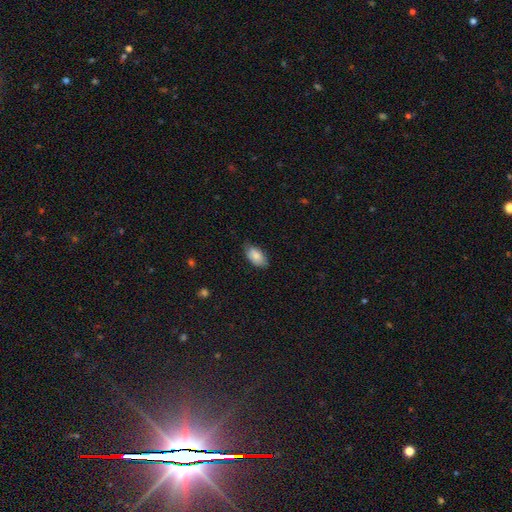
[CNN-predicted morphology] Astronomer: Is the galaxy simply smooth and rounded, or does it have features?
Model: smooth — 82%.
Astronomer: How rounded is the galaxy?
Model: in between — 93%.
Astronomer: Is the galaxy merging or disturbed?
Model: none — 73%.